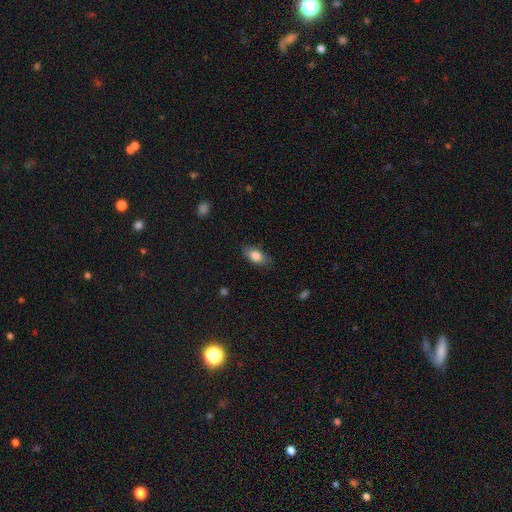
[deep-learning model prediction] smooth_or_featured: smooth (p=0.81) [alt: featured or disk p=0.11]
how_rounded: in between (p=0.86) [alt: round p=0.07]
merging: none (p=0.82) [alt: minor disturbance p=0.14]